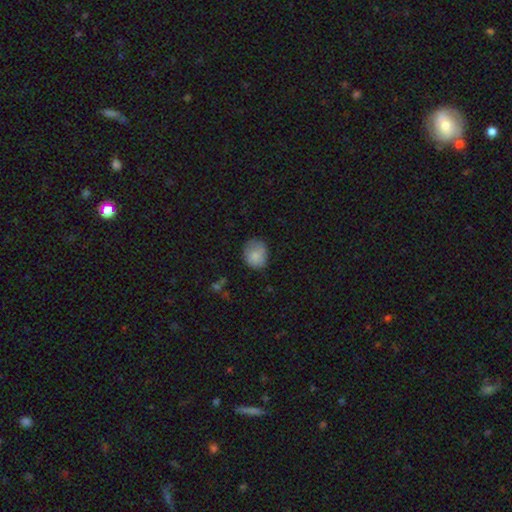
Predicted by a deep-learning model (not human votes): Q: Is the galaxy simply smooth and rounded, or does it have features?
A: smooth — 81%.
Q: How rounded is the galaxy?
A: round — 58%.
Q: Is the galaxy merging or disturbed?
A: none — 63%.